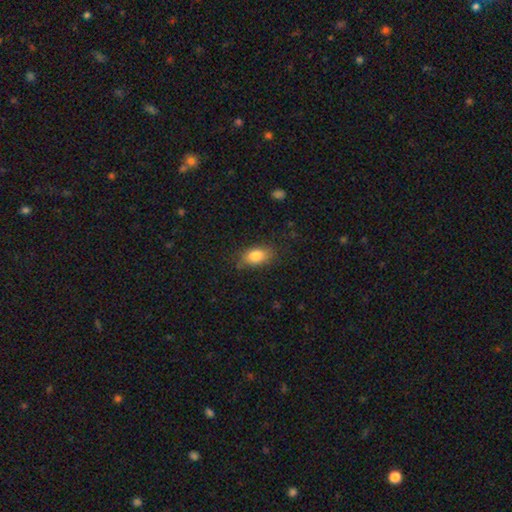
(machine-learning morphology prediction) smooth_or_featured: smooth (p=0.82) [alt: featured or disk p=0.10]
how_rounded: in between (p=0.85) [alt: round p=0.11]
merging: none (p=0.78) [alt: minor disturbance p=0.16]